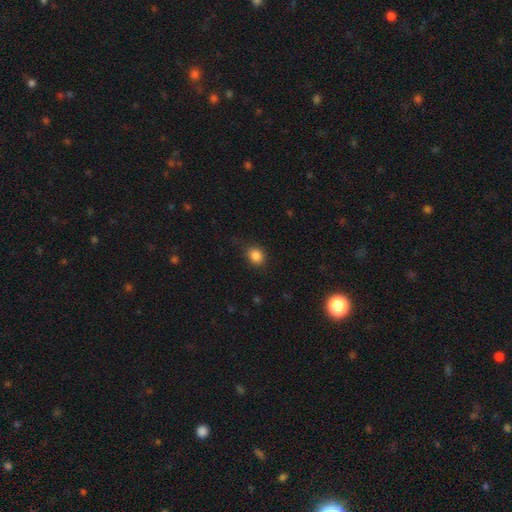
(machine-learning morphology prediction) type=smooth (85%); roundness=round (66%); merging=none (83%).